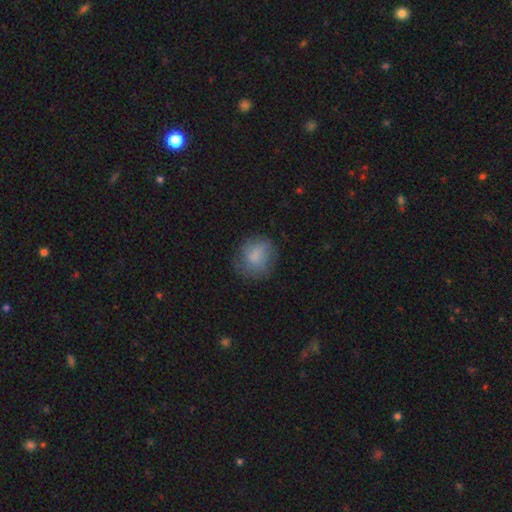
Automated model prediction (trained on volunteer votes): smooth-or-featured: smooth: 75% | featured or disk: 16% | star or artifact: 9%
  how-rounded: round: 74% | in between: 25% | cigar-shaped: 1%
  merging: none: 67% | minor disturbance: 22% | major disturbance: 10% | merger: 1%